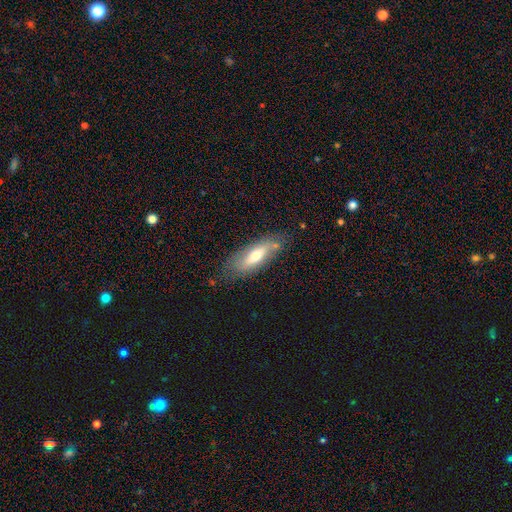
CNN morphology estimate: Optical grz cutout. It shows a smooth galaxy with no disk features (56%) that is in between round and cigar-shaped (58%). Merging: none (72%).